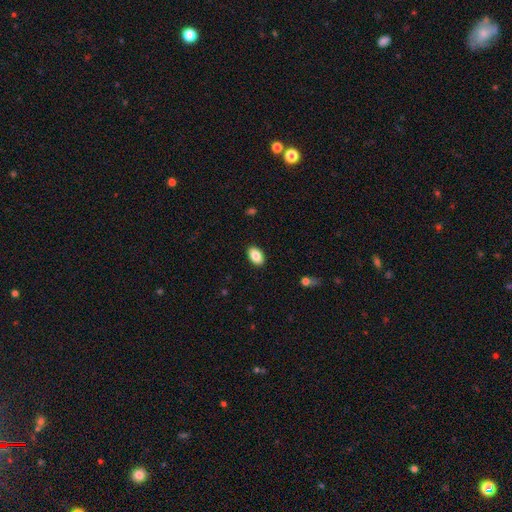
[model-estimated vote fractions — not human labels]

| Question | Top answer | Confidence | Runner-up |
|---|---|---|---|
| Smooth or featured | smooth | 86% | star or artifact (7%) |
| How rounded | in between | 93% | round (6%) |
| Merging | none | 90% | minor disturbance (7%) |